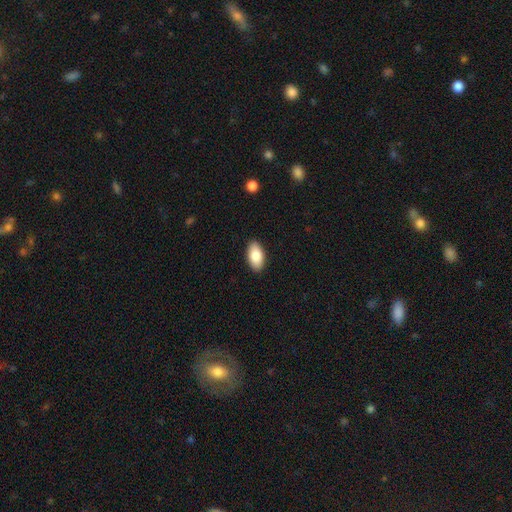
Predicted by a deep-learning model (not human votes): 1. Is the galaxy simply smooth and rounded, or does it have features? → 84% smooth, 10% featured or disk, 6% star or artifact.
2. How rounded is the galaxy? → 94% in between, 3% cigar-shaped, 3% round.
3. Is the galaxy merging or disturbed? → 90% none, 7% minor disturbance, 2% major disturbance, 1% merger.